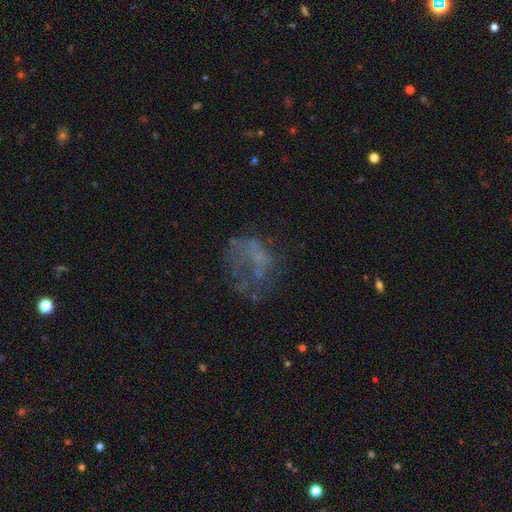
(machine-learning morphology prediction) Overall: featured or disk (45%; smooth 31%). Merging: none (43%; major disturbance 34%).